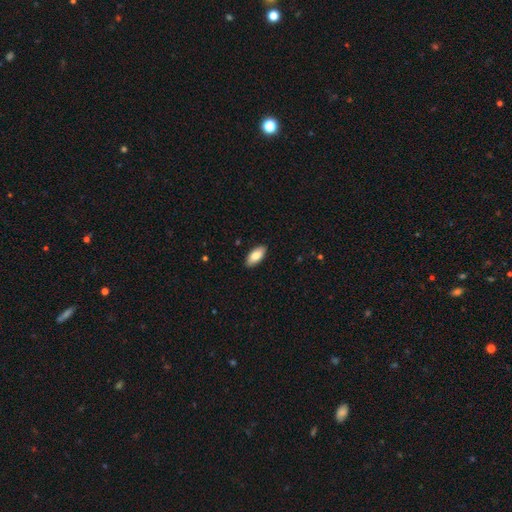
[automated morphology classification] smooth-or-featured: smooth: 85% | featured or disk: 9% | star or artifact: 6%
  how-rounded: in between: 89% | cigar-shaped: 9% | round: 2%
  merging: none: 89% | minor disturbance: 8% | major disturbance: 2% | merger: 1%